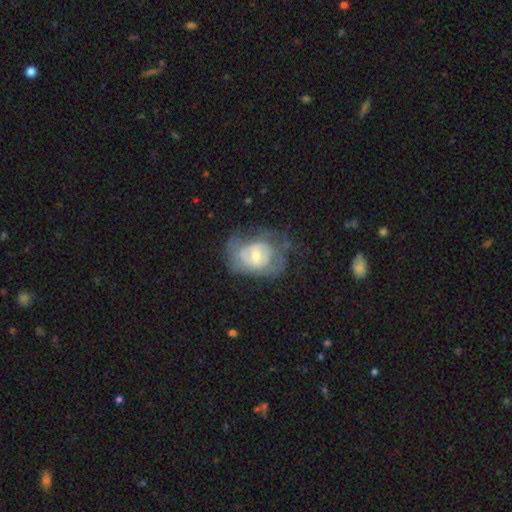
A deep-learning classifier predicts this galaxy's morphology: smooth_or_featured: featured or disk (p=0.63) [alt: smooth p=0.30]
disk_edge_on: no (p=0.96) [alt: yes p=0.04]
bar: no (p=0.54) [alt: weak p=0.38]
has_spiral_arms: yes (p=0.55) [alt: no p=0.45]
bulge_size: moderate (p=0.51) [alt: small p=0.42]
merging: none (p=0.40) [alt: major disturbance p=0.30]